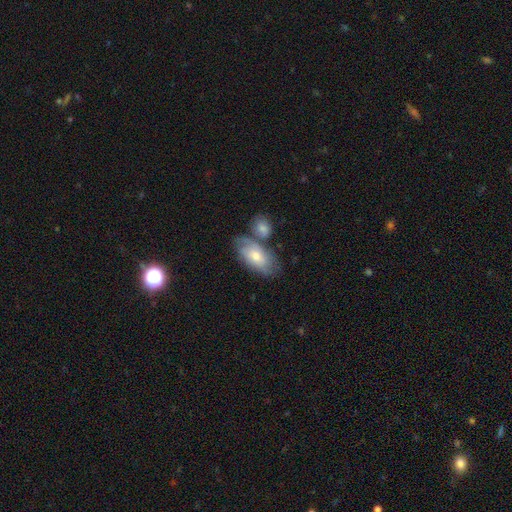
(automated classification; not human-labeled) The model was most divided on "smooth or featured": smooth: 50%, featured or disk: 42%, star or artifact: 8%. More confident: how rounded — in between (90%); merging — none (55%).